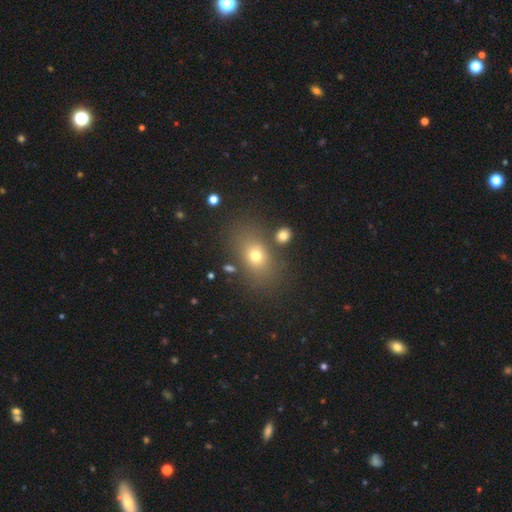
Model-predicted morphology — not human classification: type=smooth (69%); roundness=in between (71%); merging=none (75%).